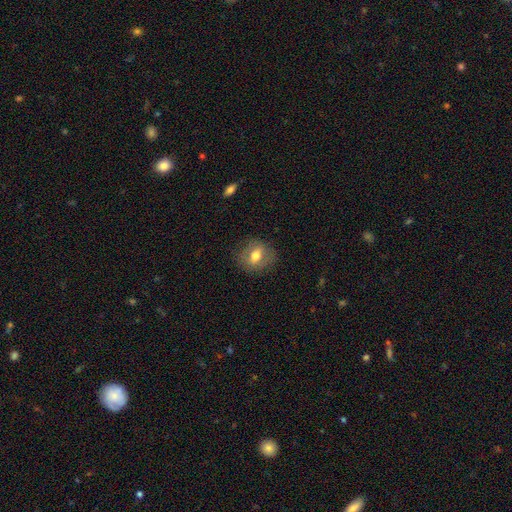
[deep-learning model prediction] Smooth or featured? smooth (63%)
How rounded? round (55%)
Merging? none (80%)